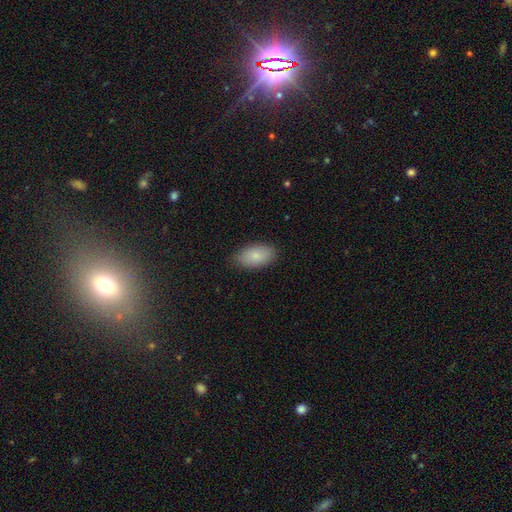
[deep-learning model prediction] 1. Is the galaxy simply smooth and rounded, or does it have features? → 84% smooth, 9% featured or disk, 6% star or artifact.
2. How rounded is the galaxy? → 94% in between, 4% round, 2% cigar-shaped.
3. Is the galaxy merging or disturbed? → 85% none, 12% minor disturbance, 3% major disturbance, 1% merger.